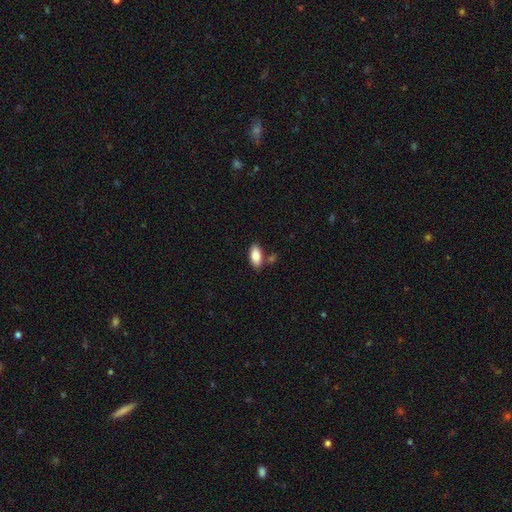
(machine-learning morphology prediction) Smooth or featured? Predicted: smooth (p=0.84). How rounded? Predicted: in between (p=0.90). Merging? Predicted: none (p=0.75).